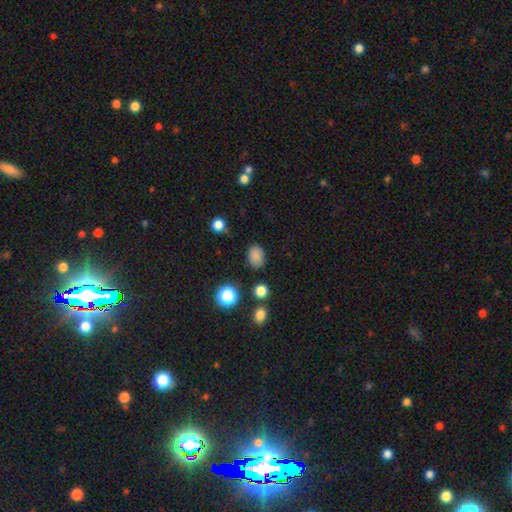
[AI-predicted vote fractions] Morphology: type=smooth (83%); roundness=in between (74%); merging=none (81%).